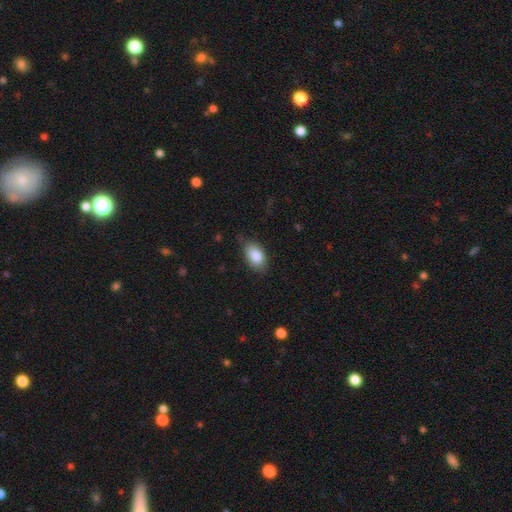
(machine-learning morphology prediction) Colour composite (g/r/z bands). It shows a smooth galaxy with no disk features (87%) that is in between round and cigar-shaped (92%). Merging: none (73%).